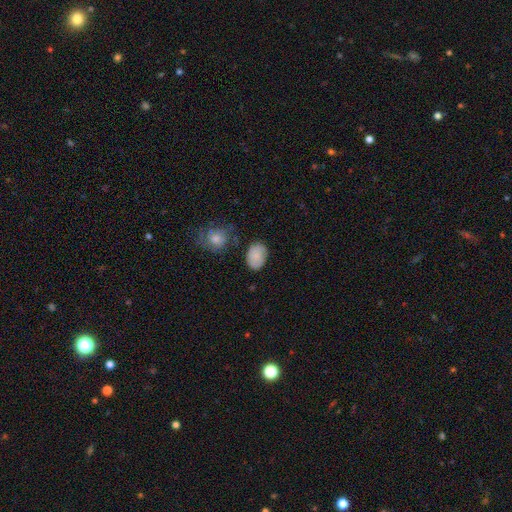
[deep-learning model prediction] Morphology: type=smooth (81%); roundness=in between (80%); merging=none (73%).